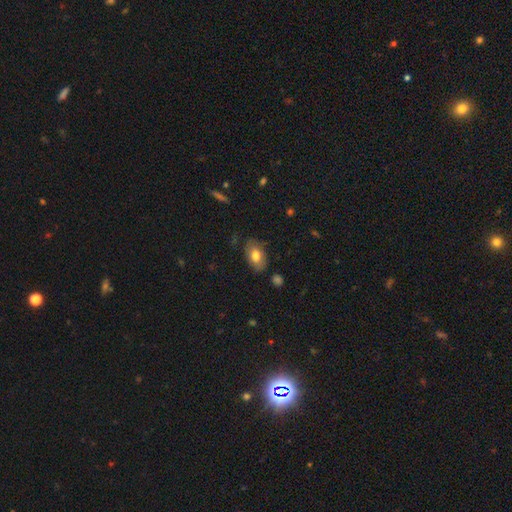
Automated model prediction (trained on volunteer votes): A smooth galaxy with no disk features (76%) that is in between round and cigar-shaped (90%).

Vote fractions:
- Smooth or featured? smooth: 76% / featured or disk: 17% / star or artifact: 7%
- How rounded? in between: 90% / round: 8% / cigar-shaped: 2%
- Merging? none: 80% / minor disturbance: 15% / major disturbance: 3% / merger: 2%